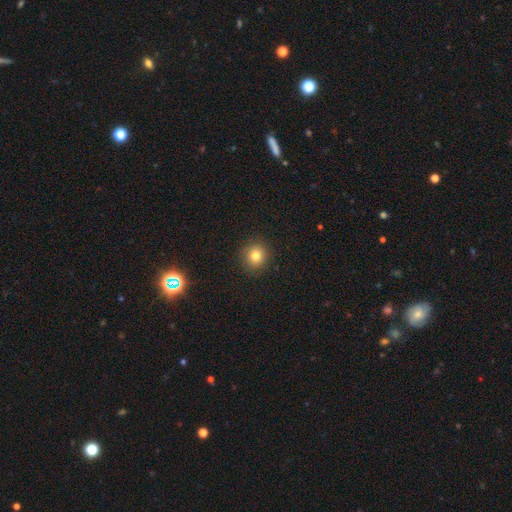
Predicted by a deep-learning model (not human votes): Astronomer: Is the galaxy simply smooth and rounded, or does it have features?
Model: smooth — 79%.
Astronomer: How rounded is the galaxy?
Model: round — 89%.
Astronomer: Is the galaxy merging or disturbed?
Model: none — 90%.